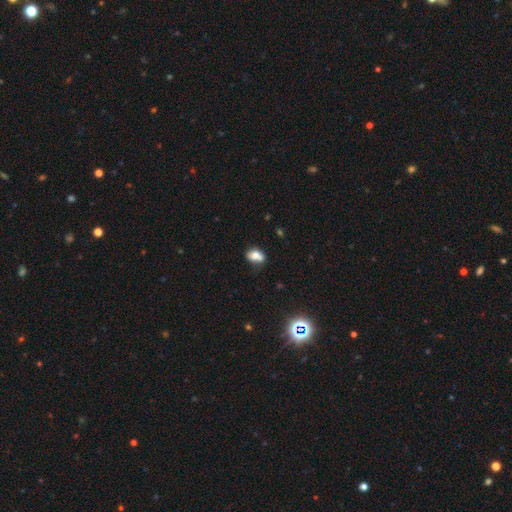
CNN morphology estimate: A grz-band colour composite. It shows a smooth galaxy with no disk features (72%) that is in between round and cigar-shaped (69%). Merging: none (39%, tied with merger).